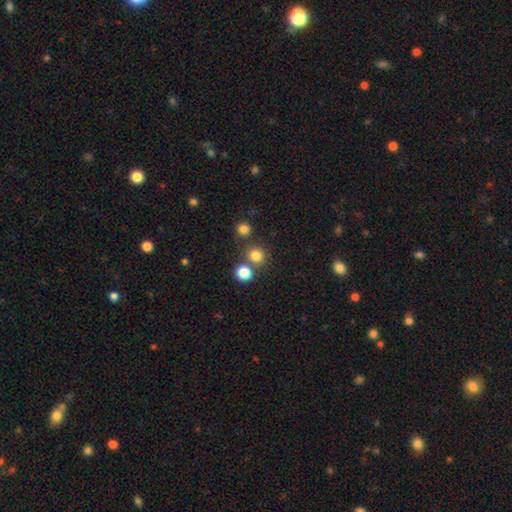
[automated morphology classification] smooth-or-featured: smooth: 78% | star or artifact: 16% | featured or disk: 6%
  how-rounded: round: 87% | in between: 12% | cigar-shaped: 1%
  merging: none: 70% | merger: 19% | minor disturbance: 7% | major disturbance: 3%